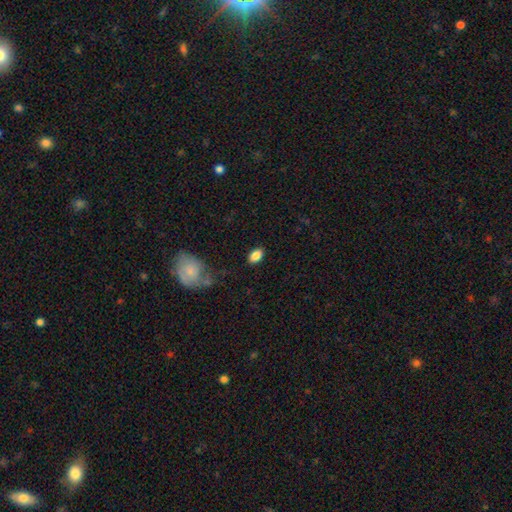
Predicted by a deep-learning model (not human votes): Smooth or featured?
  - smooth: 85% *
  - star or artifact: 8%
  - featured or disk: 7%
How rounded?
  - in between: 88% *
  - round: 10%
  - cigar-shaped: 2%
Merging?
  - none: 86% *
  - minor disturbance: 10%
  - major disturbance: 3%
  - merger: 2%